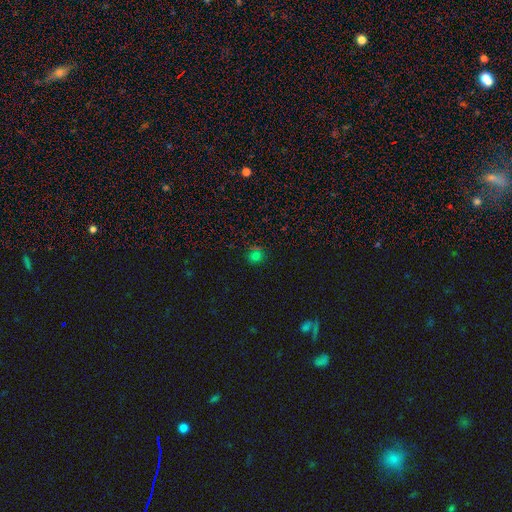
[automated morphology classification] Smooth or featured? smooth (68%)
How rounded? round (88%)
Merging? none (81%)